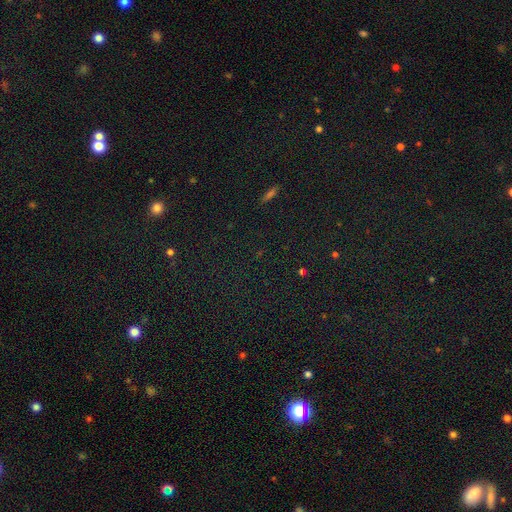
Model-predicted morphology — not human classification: The model was most divided on "smooth or featured": star or artifact: 72%, smooth: 18%, featured or disk: 9%.